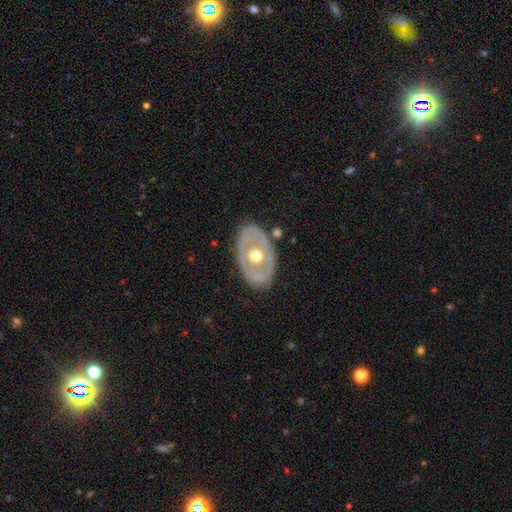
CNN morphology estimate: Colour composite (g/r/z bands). It shows a featured or disk galaxy (64%) with no bar (92%), no spiral arms (89%) and a moderate central bulge (78%). Merging: none (79%).